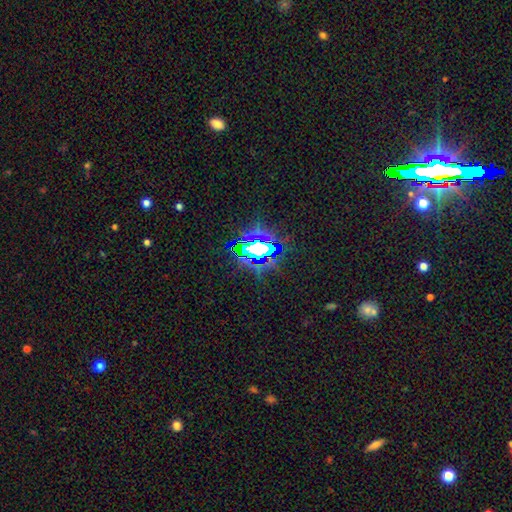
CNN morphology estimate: Smooth or featured? Predicted: star or artifact (p=0.71).